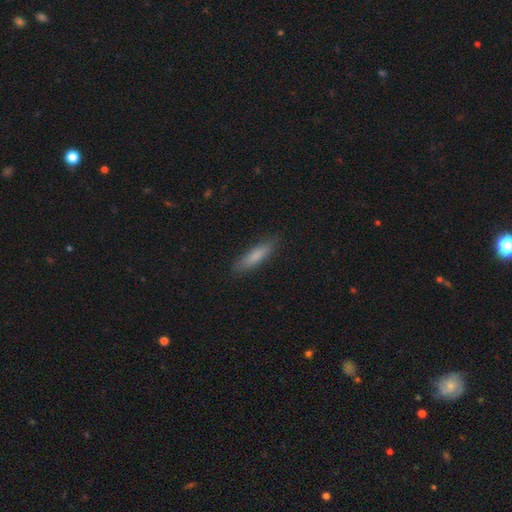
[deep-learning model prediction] smooth-or-featured: smooth: 80% | featured or disk: 14% | star or artifact: 7%
  how-rounded: cigar-shaped: 76% | in between: 22% | round: 2%
  merging: none: 87% | minor disturbance: 10% | major disturbance: 2% | merger: 1%